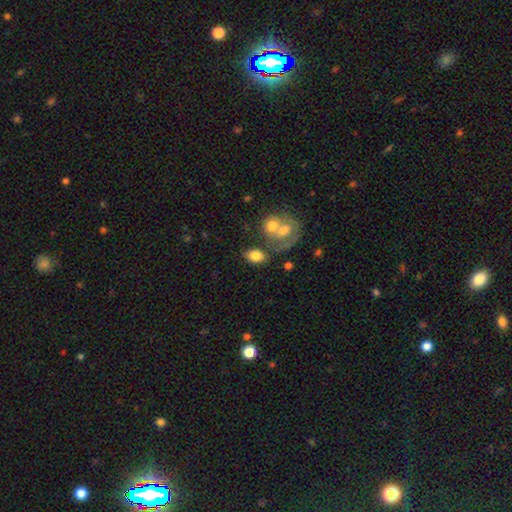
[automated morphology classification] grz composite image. It shows a smooth galaxy with no disk features (76%) that is in between round and cigar-shaped (83%). Merging: none (54%).